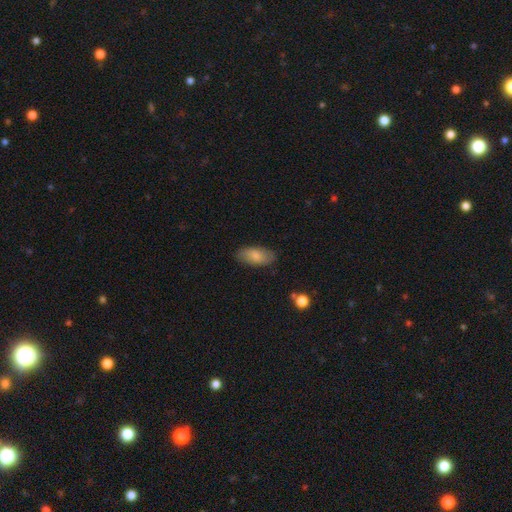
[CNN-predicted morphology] smooth-or-featured: smooth: 80% | featured or disk: 14% | star or artifact: 6%
  how-rounded: in between: 92% | cigar-shaped: 6% | round: 2%
  merging: none: 83% | minor disturbance: 13% | major disturbance: 3% | merger: 1%